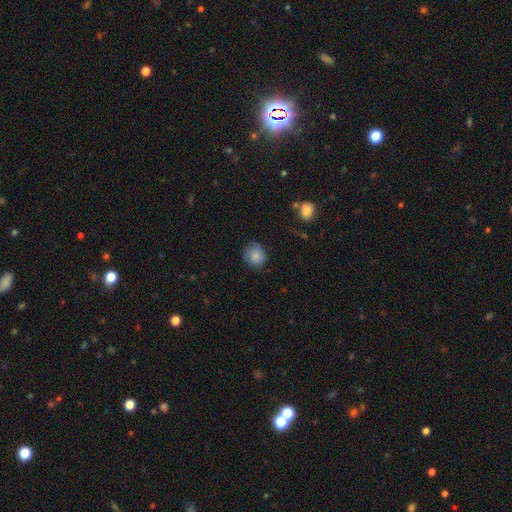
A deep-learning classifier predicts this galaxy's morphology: A smooth galaxy with no disk features (85%) that is round (81%).

Vote fractions:
- Smooth or featured? smooth: 85% / star or artifact: 8% / featured or disk: 7%
- How rounded? round: 81% / in between: 18% / cigar-shaped: 1%
- Merging? none: 76% / minor disturbance: 19% / major disturbance: 4% / merger: 1%